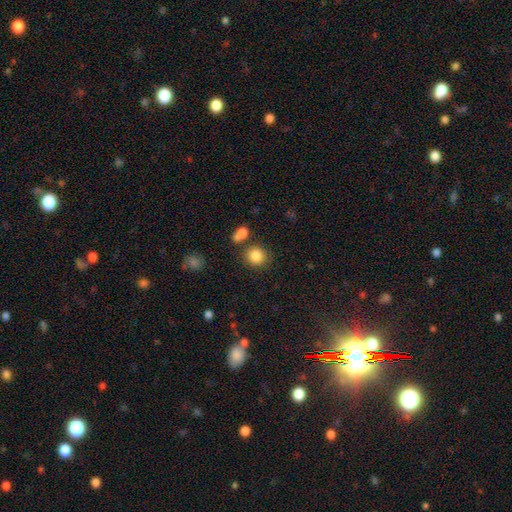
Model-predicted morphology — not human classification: smooth 85%, star or artifact 10%, featured or disk 5%. Down the decision tree: how rounded — round (86%); merging — none (76%).